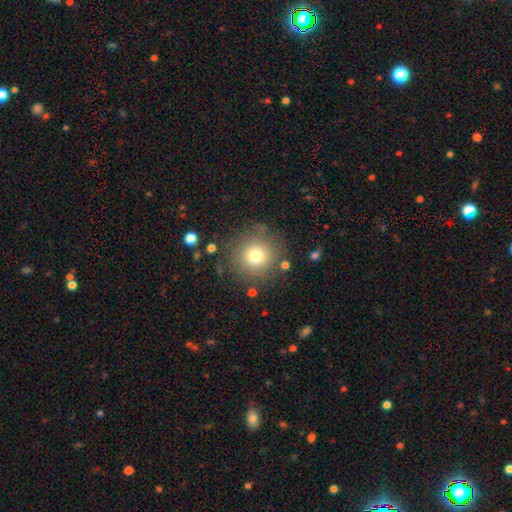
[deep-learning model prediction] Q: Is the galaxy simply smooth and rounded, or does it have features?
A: smooth — 75%.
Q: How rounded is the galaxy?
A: round — 94%.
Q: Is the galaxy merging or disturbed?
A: none — 82%.